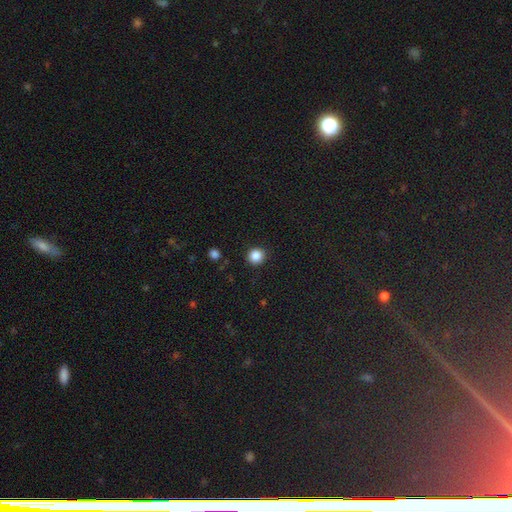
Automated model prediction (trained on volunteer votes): This appears to be a smooth galaxy with no disk features (86%) that is round (92%). Merging: none (91%).